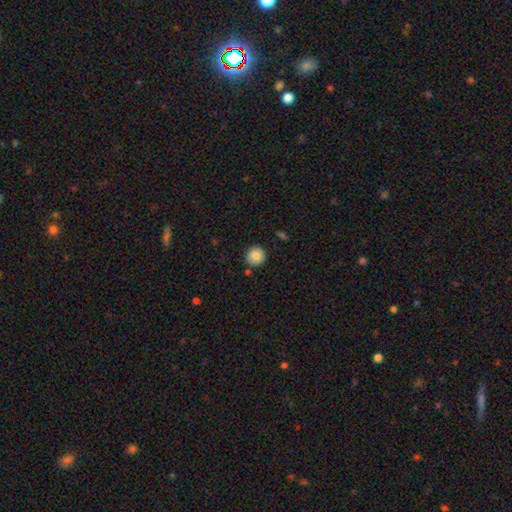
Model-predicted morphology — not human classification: Smooth or featured? Predicted: smooth (p=0.86). How rounded? Predicted: round (p=0.92). Merging? Predicted: none (p=0.87).